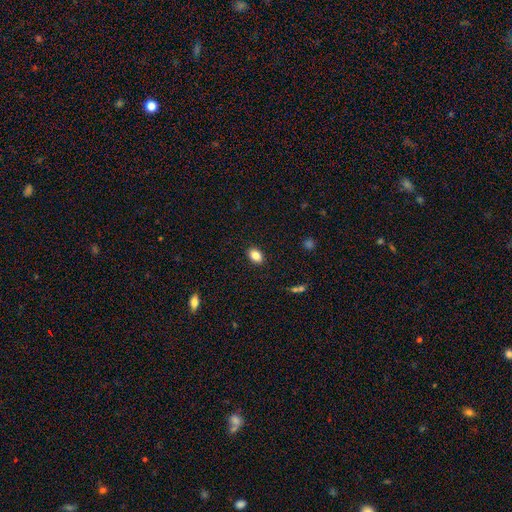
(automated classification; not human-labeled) This appears to be a smooth galaxy with no disk features (85%) that is in between round and cigar-shaped (81%). Merging: none (89%).